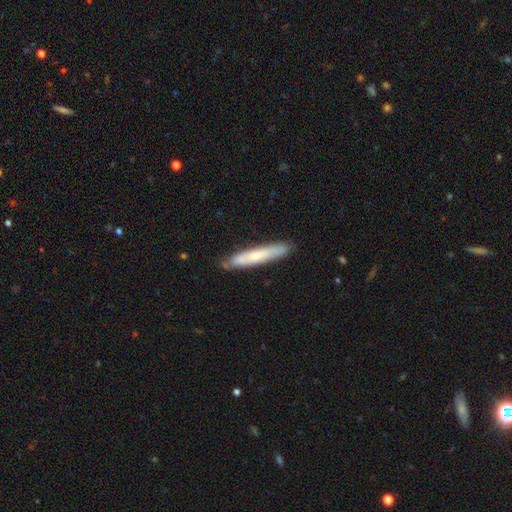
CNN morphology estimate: type=smooth (57%); roundness=cigar-shaped (92%); merging=none (83%).